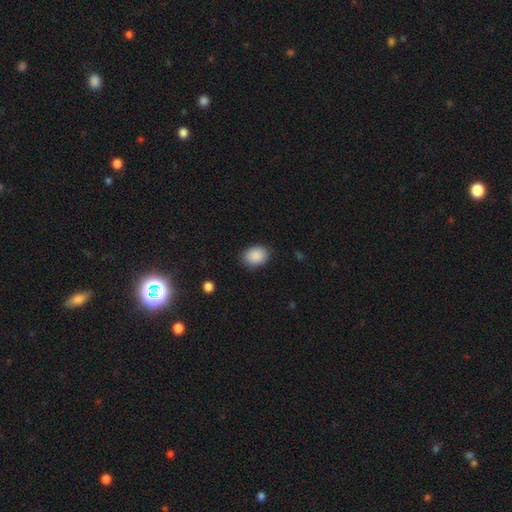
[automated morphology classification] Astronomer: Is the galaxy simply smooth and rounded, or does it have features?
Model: smooth — 89%.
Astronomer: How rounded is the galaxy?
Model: in between — 67%.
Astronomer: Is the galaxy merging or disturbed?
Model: none — 85%.